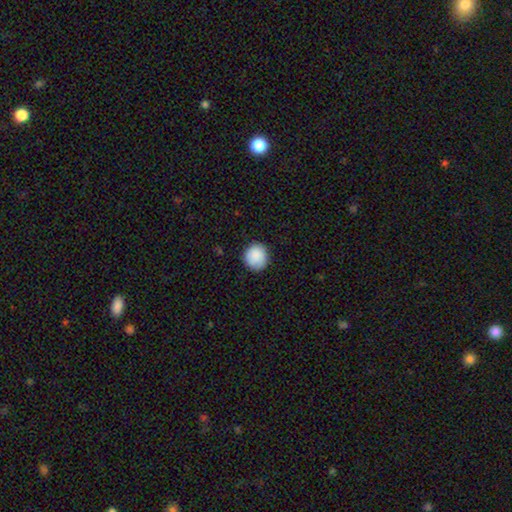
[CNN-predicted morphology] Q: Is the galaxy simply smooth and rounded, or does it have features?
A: smooth — 89%.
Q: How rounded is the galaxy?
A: round — 91%.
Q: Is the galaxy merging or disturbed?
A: none — 87%.